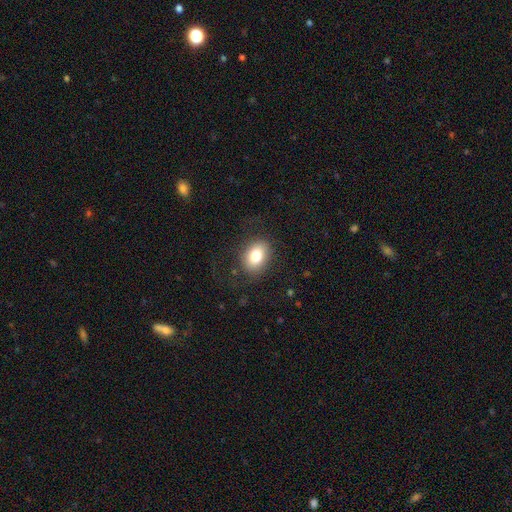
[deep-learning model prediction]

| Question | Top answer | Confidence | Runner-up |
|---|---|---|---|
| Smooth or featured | smooth | 79% | featured or disk (12%) |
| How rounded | in between | 70% | round (28%) |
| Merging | none | 80% | minor disturbance (12%) |